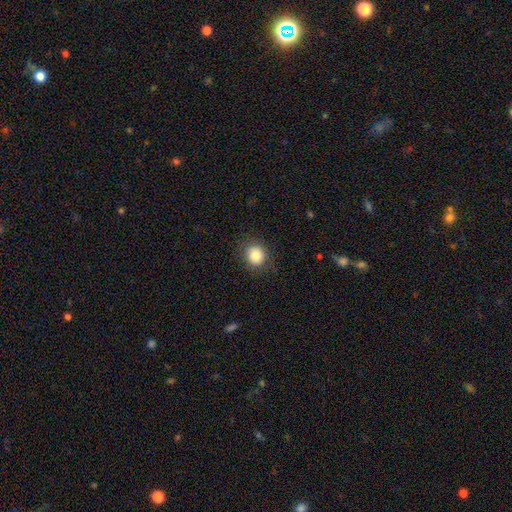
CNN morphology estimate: This appears to be a smooth galaxy with no disk features (83%) that is round (84%). Merging: none (88%).